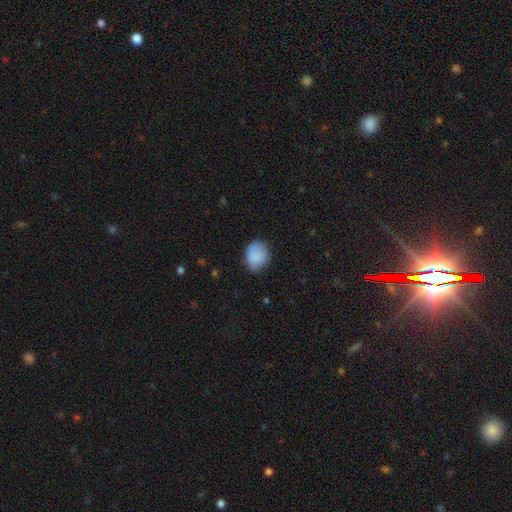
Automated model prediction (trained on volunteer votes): This appears to be a smooth galaxy with no disk features (86%) that is round (54%). Merging: none (69%).